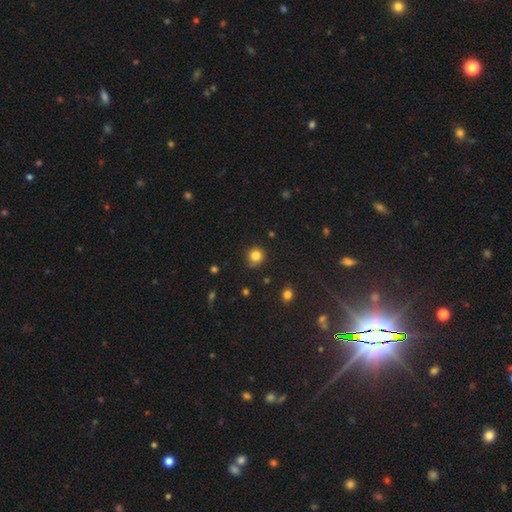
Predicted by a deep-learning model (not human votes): Smooth or featured?
  - smooth: 83% *
  - star or artifact: 12%
  - featured or disk: 6%
How rounded?
  - round: 89% *
  - in between: 10%
  - cigar-shaped: 1%
Merging?
  - none: 80% *
  - minor disturbance: 15%
  - major disturbance: 3%
  - merger: 2%